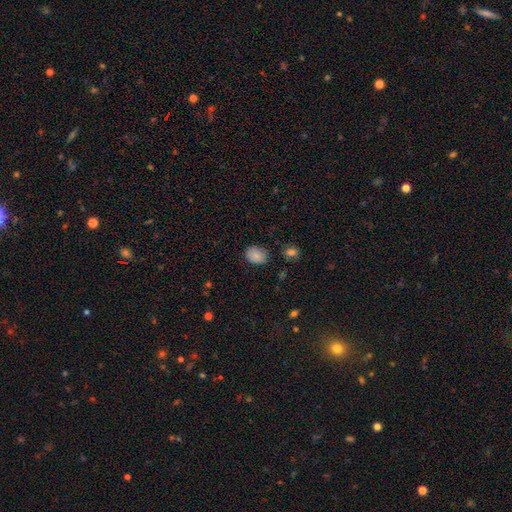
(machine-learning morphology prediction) Q: Smooth or featured?
A: smooth (85%); runner-up: star or artifact (9%)
Q: How rounded?
A: in between (67%); runner-up: round (32%)
Q: Merging?
A: none (80%); runner-up: minor disturbance (16%)